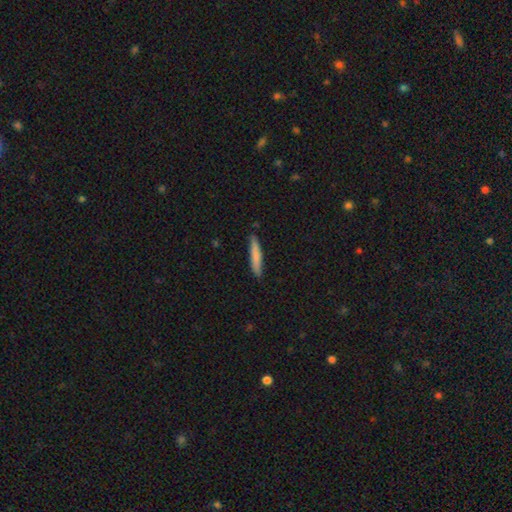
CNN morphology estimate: type=smooth (78%); roundness=cigar-shaped (92%); merging=none (86%).